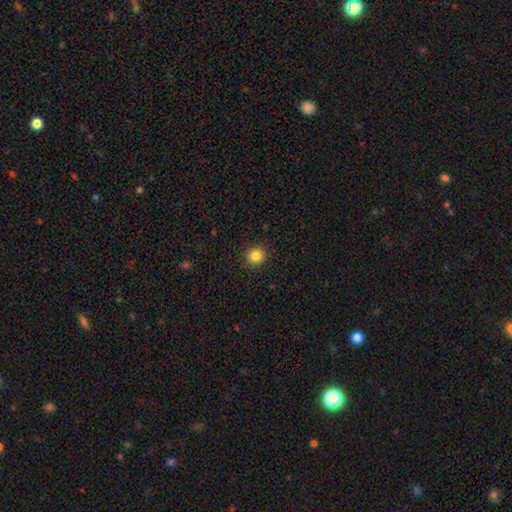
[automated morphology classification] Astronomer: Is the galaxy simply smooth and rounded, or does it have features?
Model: smooth — 85%.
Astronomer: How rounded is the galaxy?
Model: round — 92%.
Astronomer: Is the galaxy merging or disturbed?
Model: none — 92%.